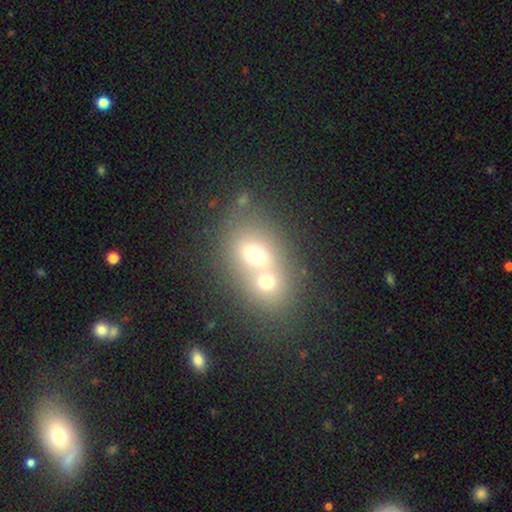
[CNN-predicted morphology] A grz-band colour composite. It shows a smooth galaxy with no disk features (62%) that is in between round and cigar-shaped (50%). Merging: merger (68%).